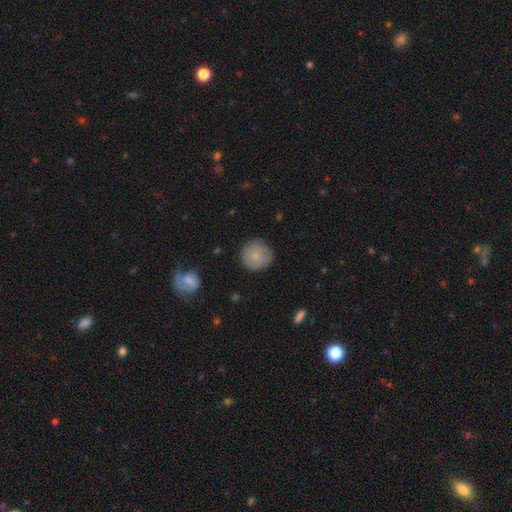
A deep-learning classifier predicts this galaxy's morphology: Smooth or featured: smooth — 80% (featured or disk — 12%)
How rounded: round — 94% (in between — 5%)
Merging: none — 82% (minor disturbance — 14%)